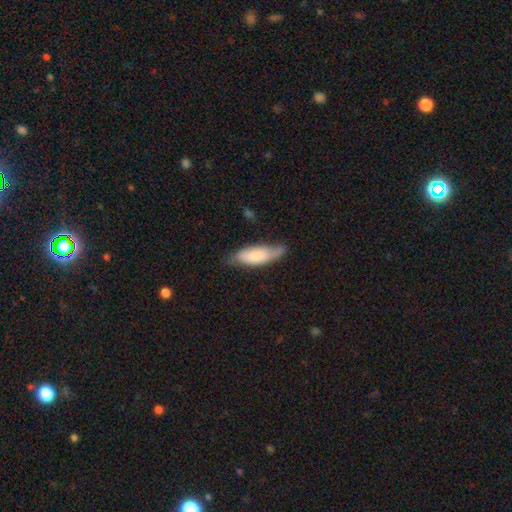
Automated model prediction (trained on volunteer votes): The model was most divided on "merging": none: 54%, minor disturbance: 35%, major disturbance: 9%, merger: 3%. More confident: smooth or featured — smooth (75%); how rounded — in between (67%).